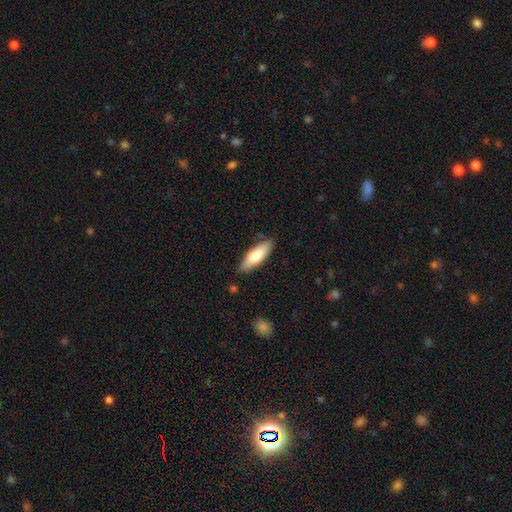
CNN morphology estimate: This is likely a smooth galaxy (73%). How rounded: possibly in between (57%). Merging: clearly none (84%).